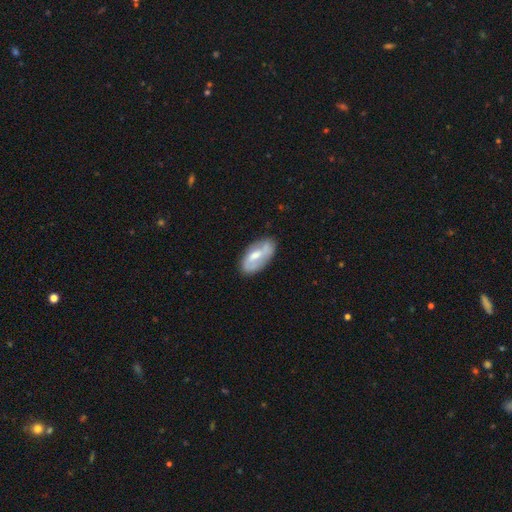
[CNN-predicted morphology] The model was most divided on "smooth or featured": featured or disk: 50%, smooth: 44%, star or artifact: 6%. More confident: merging — none (68%).